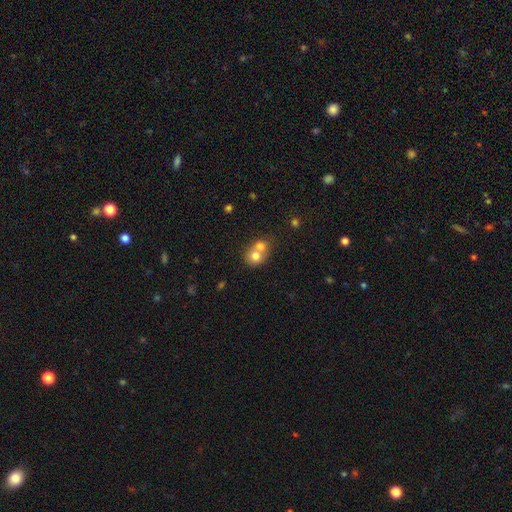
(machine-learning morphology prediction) This appears to be a smooth galaxy with no disk features (72%) that is round (72%). Merging: merger (69%).